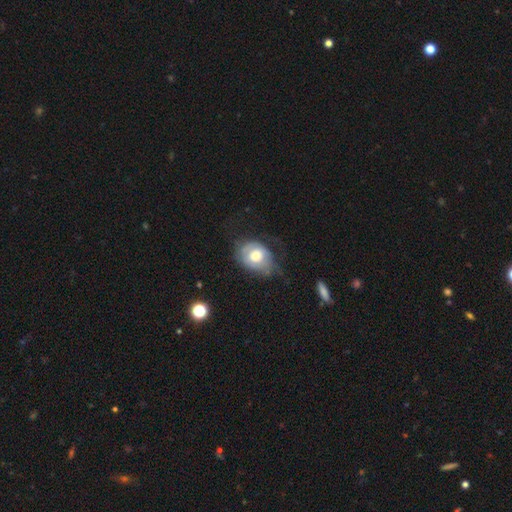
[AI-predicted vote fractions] Smooth or featured? smooth (52%)
How rounded? in between (59%)
Merging? none (39%)